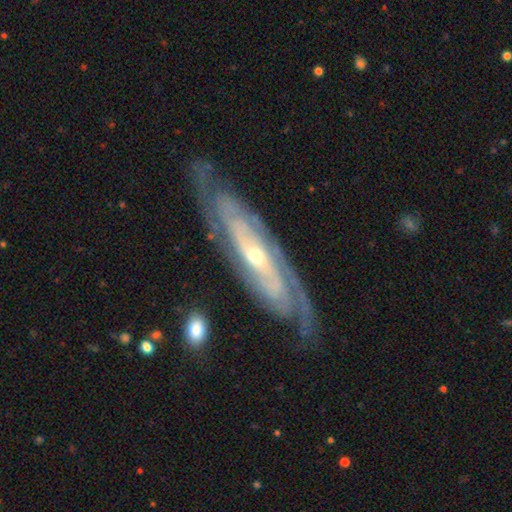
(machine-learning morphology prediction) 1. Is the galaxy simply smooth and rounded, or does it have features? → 90% featured or disk, 5% smooth, 5% star or artifact.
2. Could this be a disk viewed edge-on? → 84% no, 16% yes.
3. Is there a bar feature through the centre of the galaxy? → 50% no, 28% weak, 22% strong.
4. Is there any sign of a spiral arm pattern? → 97% yes, 3% no.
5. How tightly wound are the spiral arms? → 70% tight, 25% medium, 5% loose.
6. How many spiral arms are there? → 47% 2, 23% can't tell, 15% 3, 7% 4, 5% more than 4, 4% 1.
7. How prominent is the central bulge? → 63% small, 34% moderate, 2% large, 1% none, 1% dominant.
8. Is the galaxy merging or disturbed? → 79% none, 14% minor disturbance, 5% major disturbance, 2% merger.